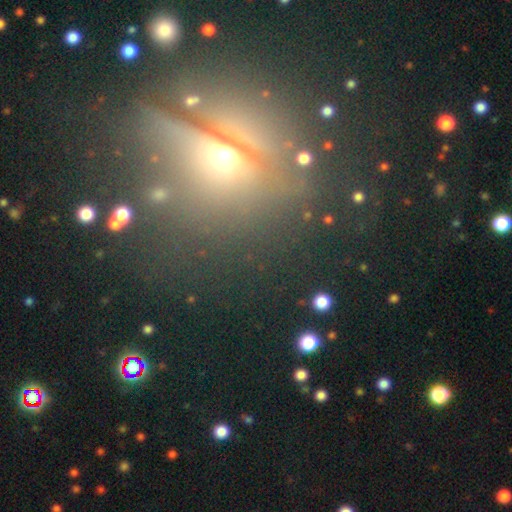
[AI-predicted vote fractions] This appears to be a star or artifact, not a galaxy (54%).